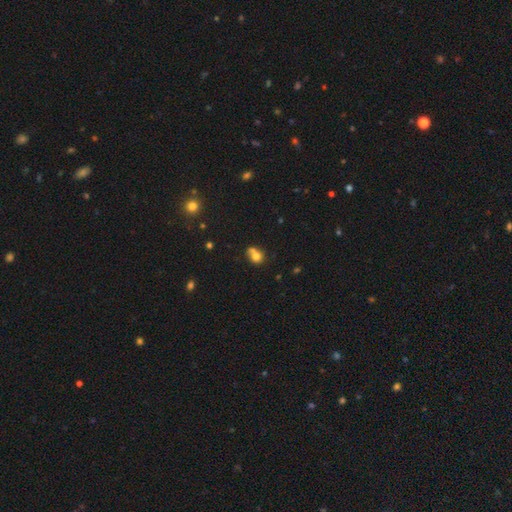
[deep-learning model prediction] Overall: smooth (74%). How rounded: round (63%; in between 36%). Merging: merger (45%; none 35%).